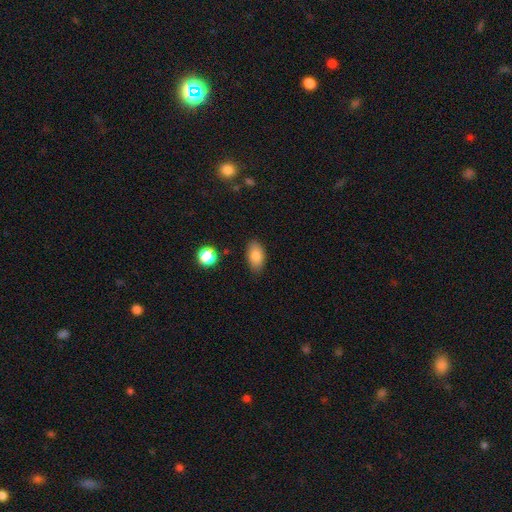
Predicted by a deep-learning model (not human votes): Smooth or featured: smooth — 83% (featured or disk — 9%)
How rounded: in between — 91% (round — 6%)
Merging: none — 83% (minor disturbance — 13%)